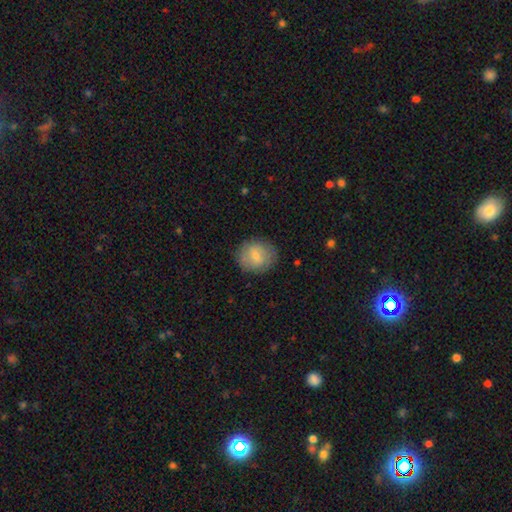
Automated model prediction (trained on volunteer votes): Overall: smooth (66%; featured or disk 27%). How rounded: round (80%). Merging: none (84%).